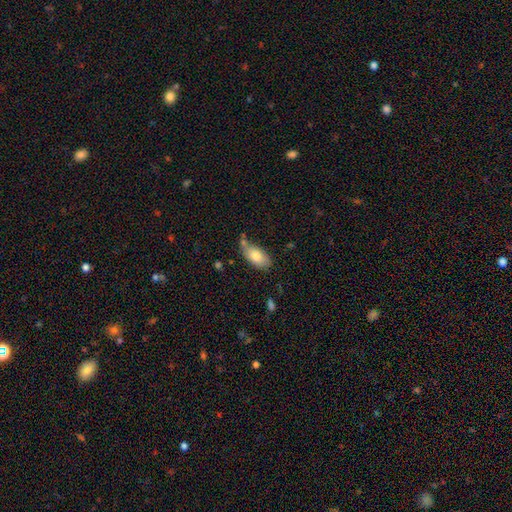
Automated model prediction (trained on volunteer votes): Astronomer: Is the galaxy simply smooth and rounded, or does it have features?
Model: smooth — 80%.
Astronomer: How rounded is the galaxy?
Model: in between — 93%.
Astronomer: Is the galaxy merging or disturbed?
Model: none — 62%.